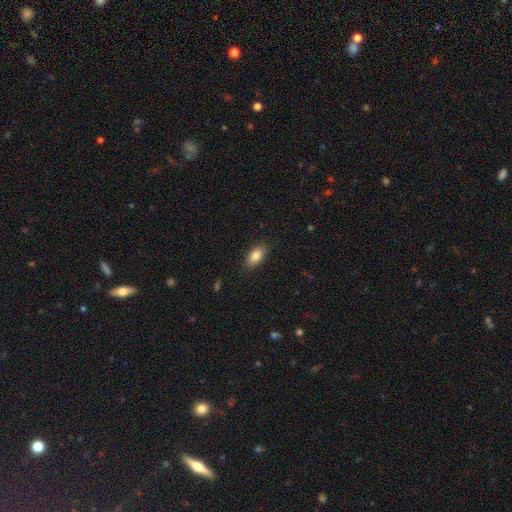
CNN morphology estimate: Smooth or featured: smooth — 84% (featured or disk — 8%)
How rounded: in between — 90% (round — 5%)
Merging: none — 87% (minor disturbance — 10%)